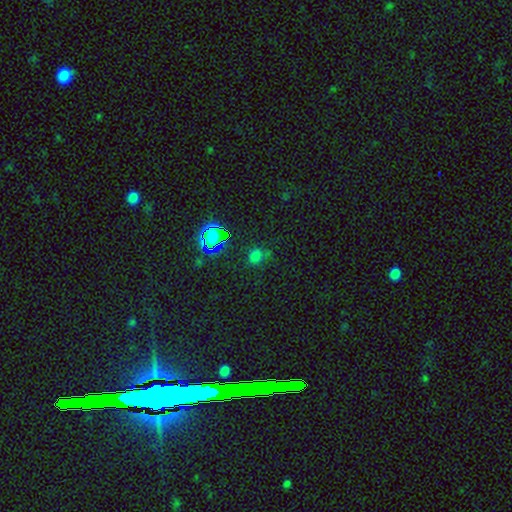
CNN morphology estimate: The model was most divided on "smooth or featured": smooth: 59%, star or artifact: 34%, featured or disk: 7%. More confident: merging — none (73%); how rounded — round (65%).